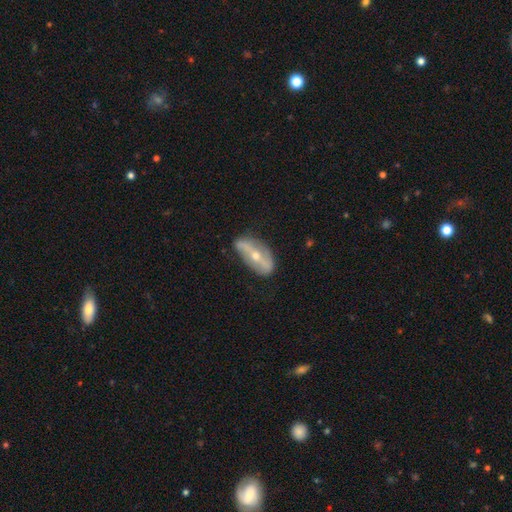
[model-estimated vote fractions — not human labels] This is likely a featured or disk galaxy (71%). It is likely not viewed edge-on (77%). Bar: possibly strong (57%). Spiral arm pattern: likely yes (60%). Central bulge: possibly small (49%). Merging: likely none (73%).